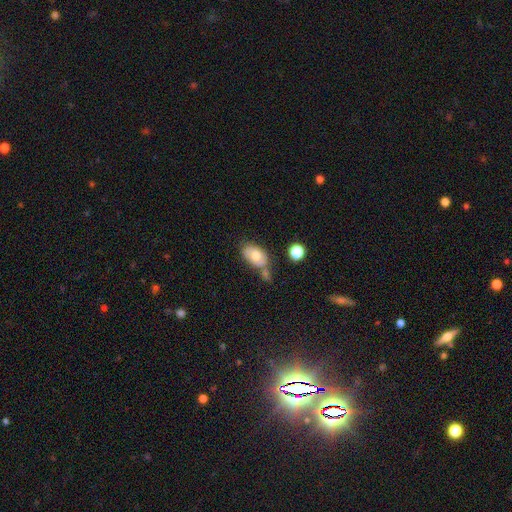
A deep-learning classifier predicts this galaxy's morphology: Smooth or featured: smooth — 71% (featured or disk — 21%)
How rounded: in between — 88% (round — 10%)
Merging: none — 47% (merger — 26%)